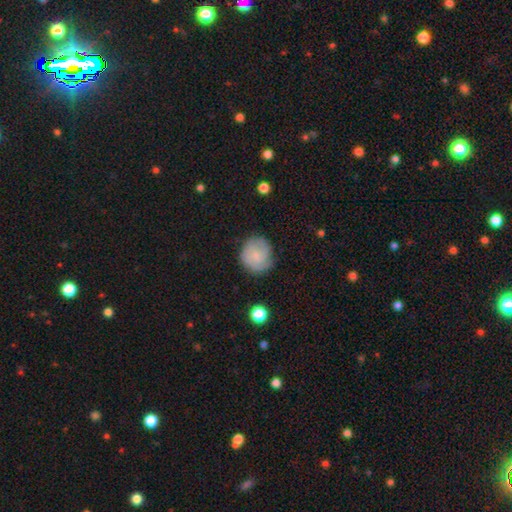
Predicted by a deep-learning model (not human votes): Smooth or featured?
  - smooth: 54% *
  - featured or disk: 38%
  - star or artifact: 8%
How rounded?
  - round: 87% *
  - in between: 12%
  - cigar-shaped: 1%
Merging?
  - none: 73% *
  - minor disturbance: 19%
  - major disturbance: 6%
  - merger: 1%